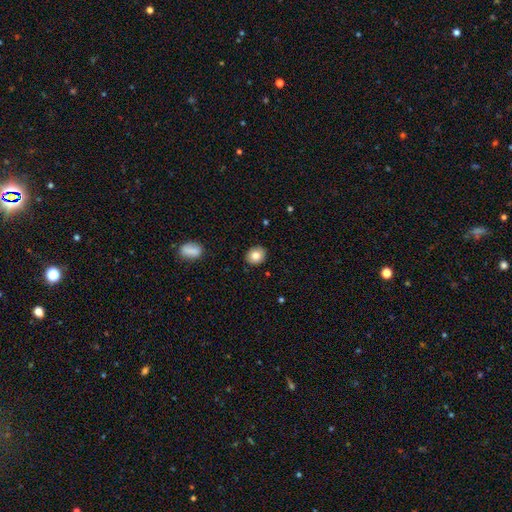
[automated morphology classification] Smooth or featured? Predicted: smooth (p=0.82). How rounded? Predicted: round (p=0.72). Merging? Predicted: none (p=0.89).